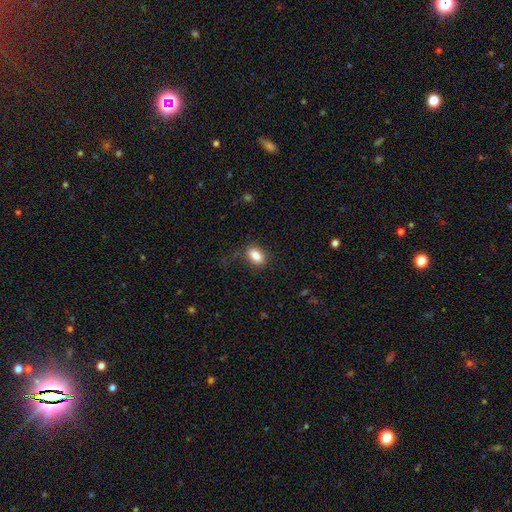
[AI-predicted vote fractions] This is clearly a smooth galaxy (86%). How rounded: clearly in between (87%). Merging: likely none (80%).